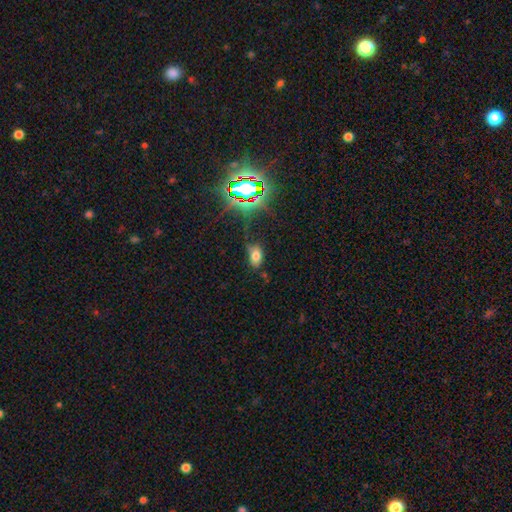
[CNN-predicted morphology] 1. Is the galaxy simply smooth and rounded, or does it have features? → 69% smooth, 21% star or artifact, 10% featured or disk.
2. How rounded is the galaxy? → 88% in between, 10% round, 2% cigar-shaped.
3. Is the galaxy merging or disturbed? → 66% none, 22% minor disturbance, 8% major disturbance, 4% merger.